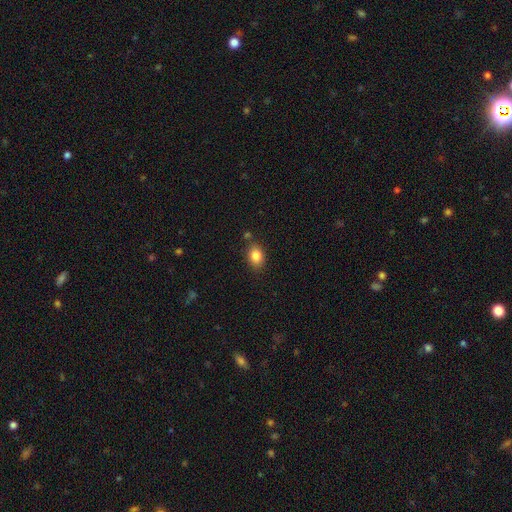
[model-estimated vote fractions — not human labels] This is clearly a smooth galaxy (85%). How rounded: likely in between (69%). Merging: likely none (79%).